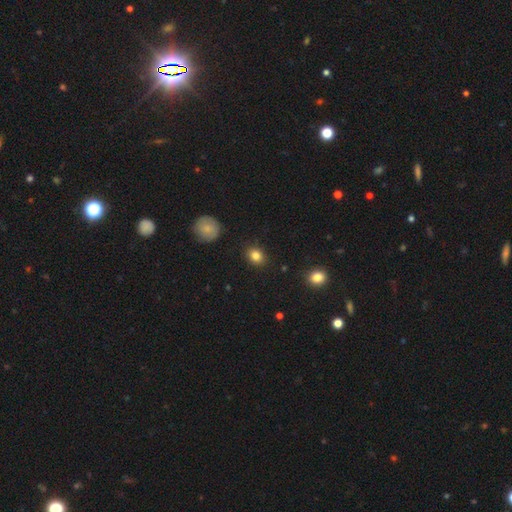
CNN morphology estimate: This appears to be a smooth galaxy with no disk features (84%) that is round (55%). Merging: none (88%).